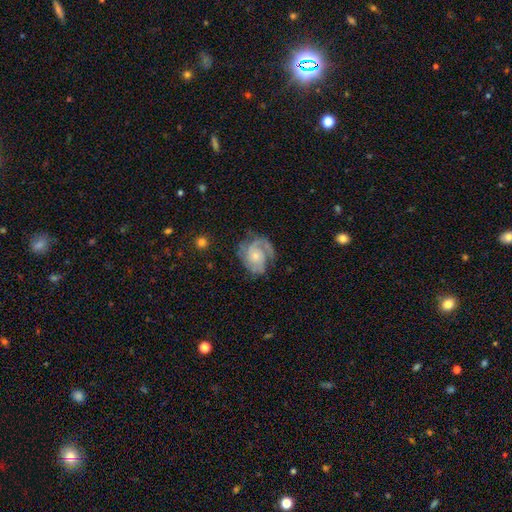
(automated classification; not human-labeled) smooth-or-featured: featured or disk: 81% | smooth: 13% | star or artifact: 6%
  disk-edge-on: no: 98% | yes: 2%
    bar: no: 74% | weak: 22% | strong: 4%
    has-spiral-arms: yes: 95% | no: 5%
      spiral-winding: tight: 49% | medium: 38% | loose: 14%
      spiral-arm-count: 2: 40% | can't tell: 18% | 1: 18% | 3: 17% | 4: 4% | more than 4: 3%
    bulge-size: small: 61% | moderate: 31% | none: 4% | large: 3% | dominant: 1%
  merging: none: 60% | minor disturbance: 22% | major disturbance: 17% | merger: 2%